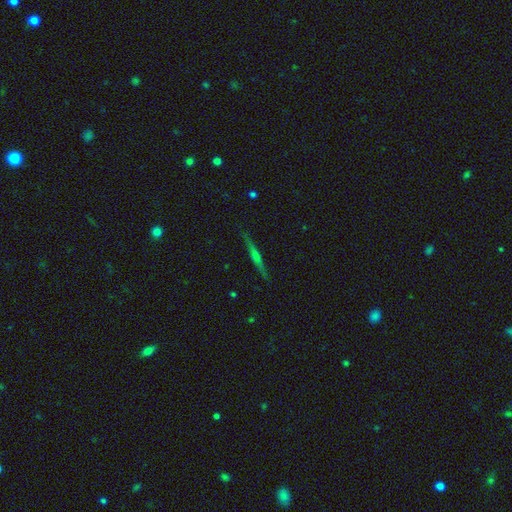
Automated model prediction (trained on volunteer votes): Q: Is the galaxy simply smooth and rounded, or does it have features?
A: featured or disk — 67%.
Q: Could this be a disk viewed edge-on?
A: yes — 97%.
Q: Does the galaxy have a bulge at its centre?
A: rounded — 56%.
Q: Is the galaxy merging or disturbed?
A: none — 90%.